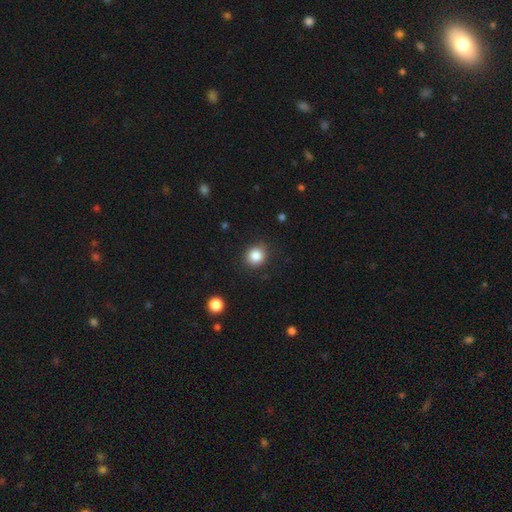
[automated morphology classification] Smooth or featured? Predicted: smooth (p=0.86). How rounded? Predicted: round (p=0.85). Merging? Predicted: none (p=0.87).